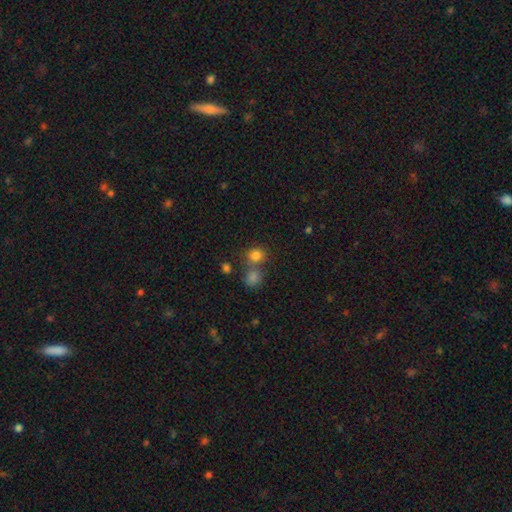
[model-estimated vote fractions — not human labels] The model was most divided on "merging": none: 57%, merger: 31%, minor disturbance: 9%, major disturbance: 4%. More confident: how rounded — round (81%); smooth or featured — smooth (80%).